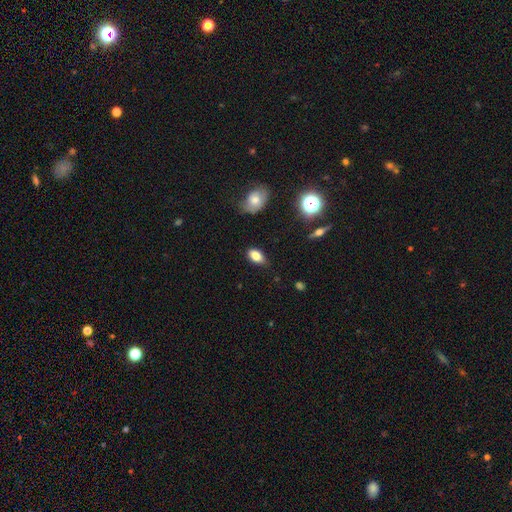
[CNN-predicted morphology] The model was most divided on "merging": none: 76%, minor disturbance: 19%, major disturbance: 4%, merger: 2%. More confident: how rounded — in between (89%); smooth or featured — smooth (82%).